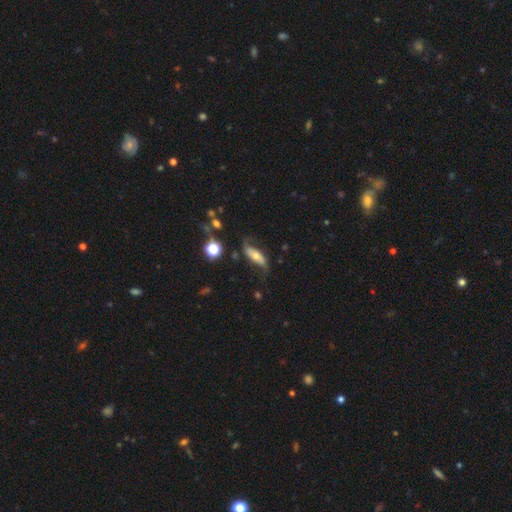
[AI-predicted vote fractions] smooth_or_featured: featured or disk (p=0.56) [alt: smooth p=0.35]
disk_edge_on: no (p=0.79) [alt: yes p=0.21]
merging: none (p=0.60) [alt: minor disturbance p=0.23]